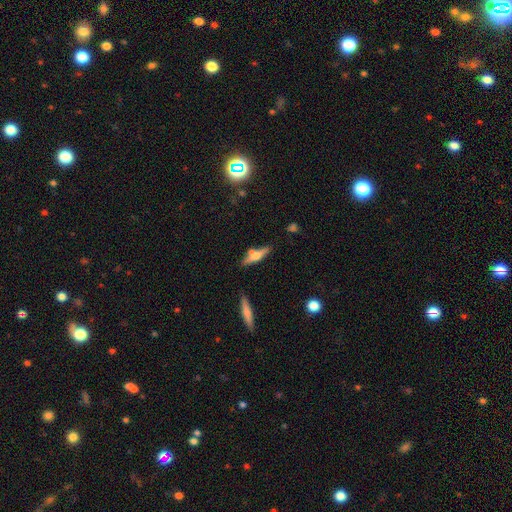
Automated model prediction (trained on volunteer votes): Smooth or featured? Predicted: smooth (p=0.47). Merging? Predicted: none (p=0.64).